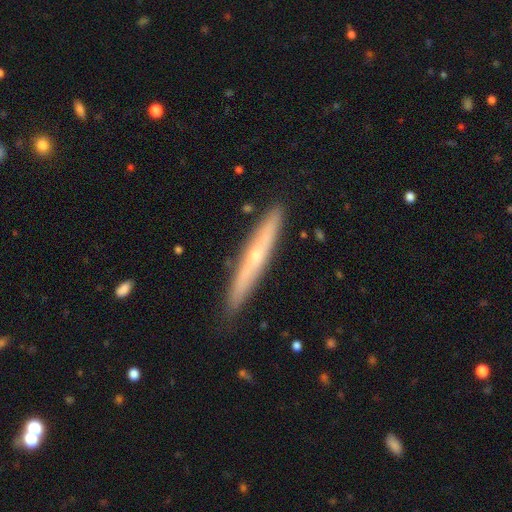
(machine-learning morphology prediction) smooth_or_featured: featured or disk (p=0.58) [alt: smooth p=0.36]
disk_edge_on: yes (p=0.91) [alt: no p=0.09]
edge_on_bulge: rounded (p=0.65) [alt: none p=0.33]
merging: none (p=0.88) [alt: minor disturbance p=0.10]